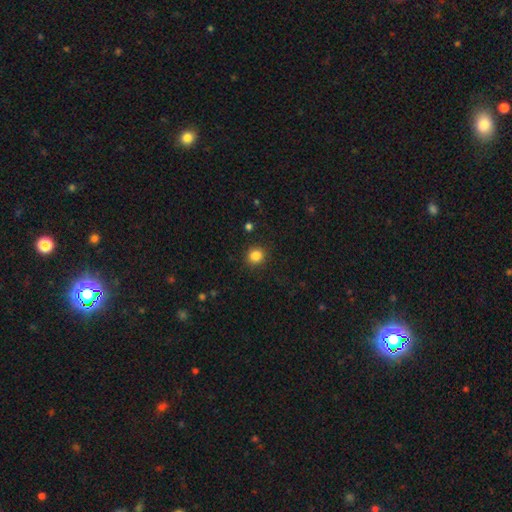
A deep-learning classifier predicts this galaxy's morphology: type=smooth (84%); roundness=round (88%); merging=none (90%).